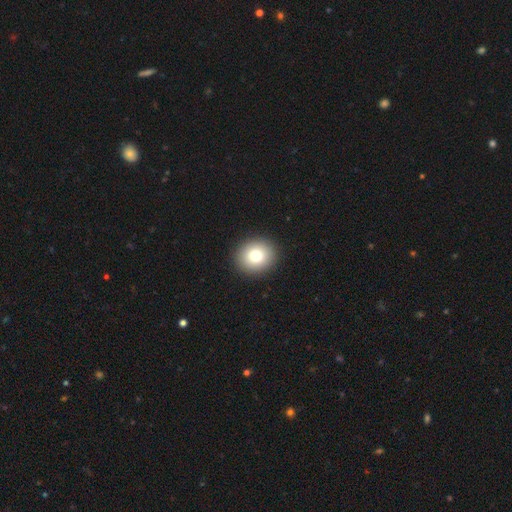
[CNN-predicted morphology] smooth-or-featured: smooth: 80% | featured or disk: 10% | star or artifact: 10%
  how-rounded: round: 74% | in between: 25% | cigar-shaped: 1%
  merging: none: 92% | minor disturbance: 5% | major disturbance: 2% | merger: 1%